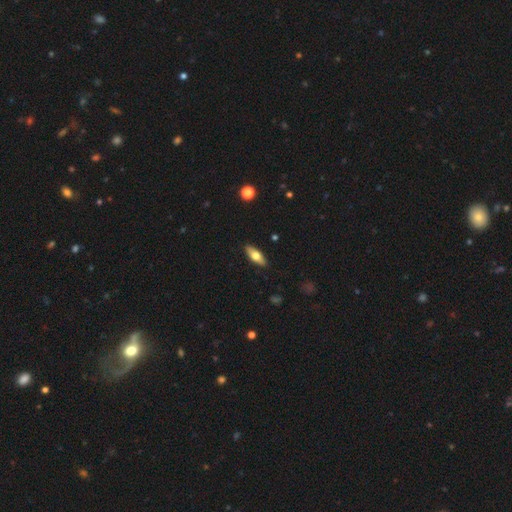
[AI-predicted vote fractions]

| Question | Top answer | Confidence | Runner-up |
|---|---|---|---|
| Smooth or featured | smooth | 60% | featured or disk (34%) |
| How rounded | in between | 66% | cigar-shaped (31%) |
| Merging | none | 89% | minor disturbance (8%) |